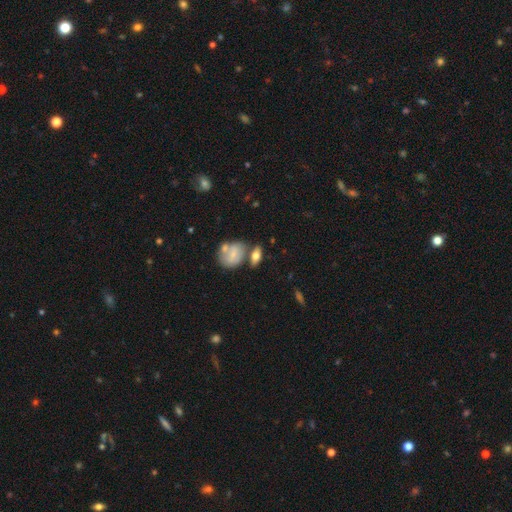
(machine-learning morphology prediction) Overall: smooth (60%; featured or disk 31%). How rounded: in between (71%). Merging: none (59%; merger 22%).